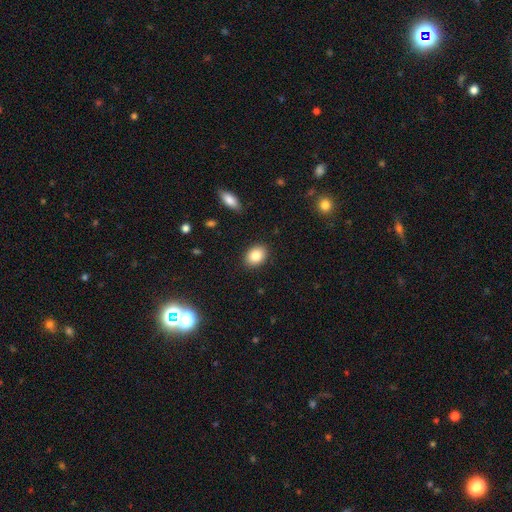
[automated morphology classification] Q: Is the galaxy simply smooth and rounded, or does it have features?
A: smooth — 85%.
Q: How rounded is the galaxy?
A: in between — 68%.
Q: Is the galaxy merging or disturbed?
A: none — 89%.